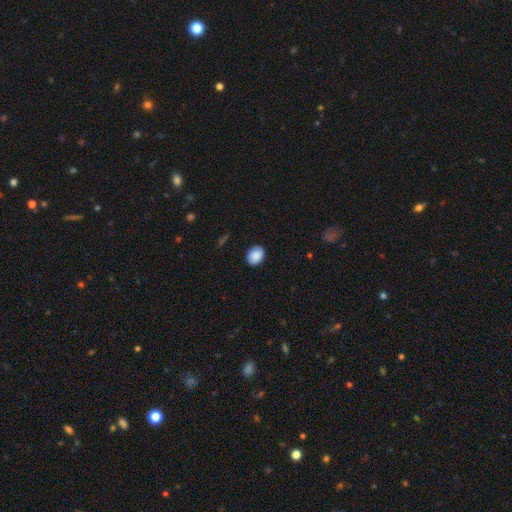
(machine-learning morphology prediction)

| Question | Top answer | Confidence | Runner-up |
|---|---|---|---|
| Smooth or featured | smooth | 89% | star or artifact (7%) |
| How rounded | in between | 64% | round (35%) |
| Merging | none | 87% | minor disturbance (9%) |